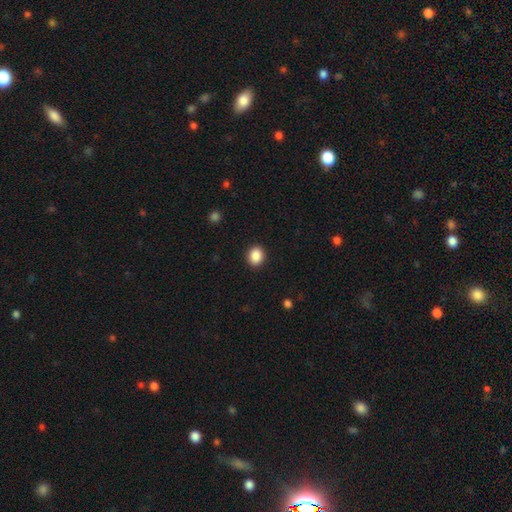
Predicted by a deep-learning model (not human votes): This is clearly a smooth galaxy (88%). How rounded: likely round (66%). Merging: clearly none (91%).